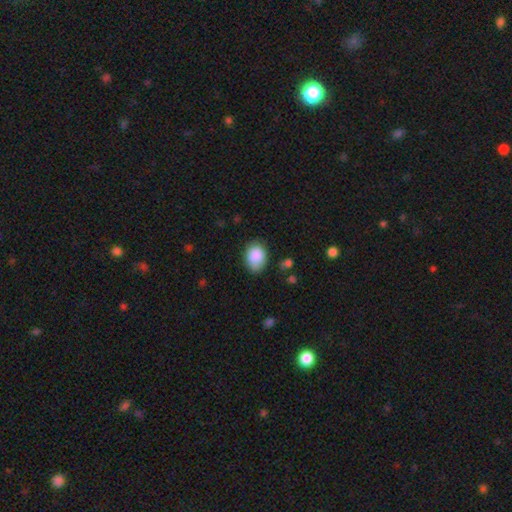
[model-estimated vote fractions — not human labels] smooth-or-featured: smooth: 88% | star or artifact: 7% | featured or disk: 5%
  how-rounded: in between: 69% | round: 30% | cigar-shaped: 1%
  merging: none: 75% | minor disturbance: 20% | major disturbance: 4% | merger: 2%